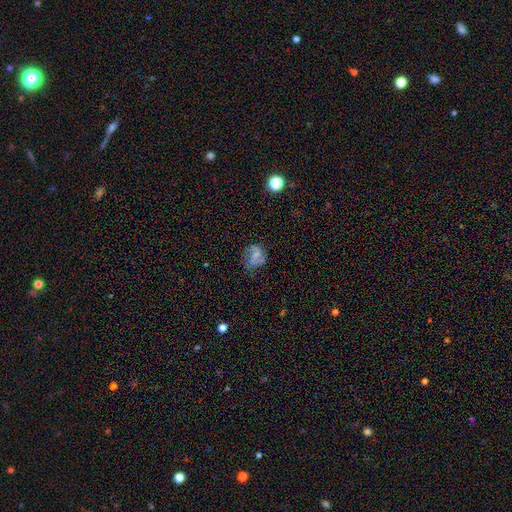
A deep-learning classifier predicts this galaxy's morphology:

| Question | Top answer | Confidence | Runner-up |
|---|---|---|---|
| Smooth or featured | featured or disk | 49% | smooth (39%) |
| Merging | none | 66% | minor disturbance (21%) |